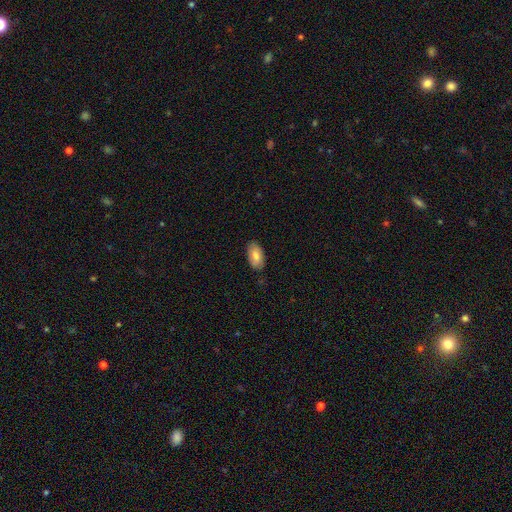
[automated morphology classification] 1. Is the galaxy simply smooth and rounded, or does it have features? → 76% smooth, 18% featured or disk, 6% star or artifact.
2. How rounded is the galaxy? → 95% in between, 3% round, 2% cigar-shaped.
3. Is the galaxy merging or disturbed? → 84% none, 13% minor disturbance, 2% major disturbance, 1% merger.